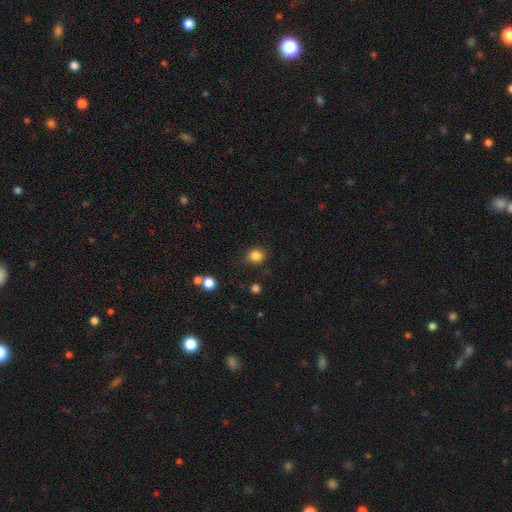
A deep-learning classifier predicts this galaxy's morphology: This appears to be a smooth galaxy with no disk features (84%) that is round (77%). Merging: none (83%).